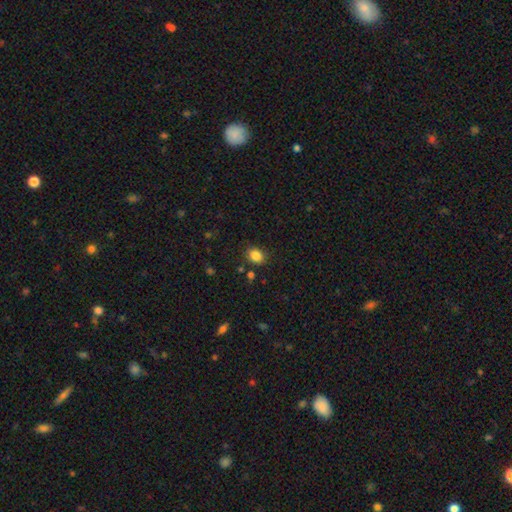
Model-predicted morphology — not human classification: smooth 85%, star or artifact 10%, featured or disk 4%. Down the decision tree: how rounded — in between (54%); merging — none (83%).